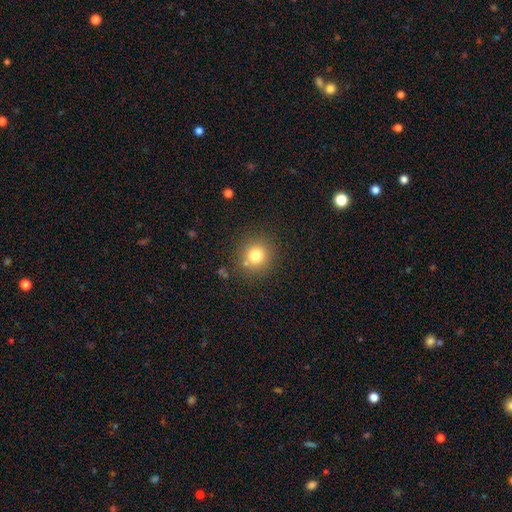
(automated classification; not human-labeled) smooth-or-featured: smooth: 77% | star or artifact: 14% | featured or disk: 8%
  how-rounded: round: 91% | in between: 8% | cigar-shaped: 1%
  merging: none: 84% | minor disturbance: 9% | merger: 4% | major disturbance: 3%